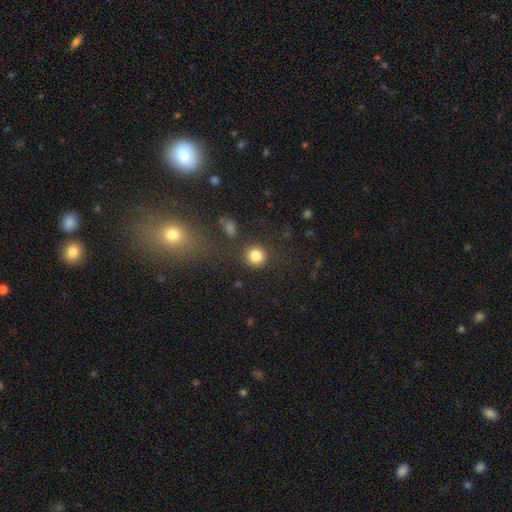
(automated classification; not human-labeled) A smooth galaxy with no disk features (84%) that is round (92%). Merging: none (82%).